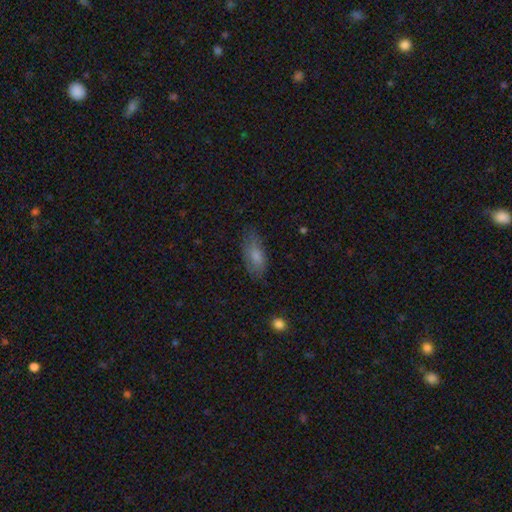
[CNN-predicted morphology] Smooth or featured? smooth (75%)
How rounded? in between (84%)
Merging? none (68%)